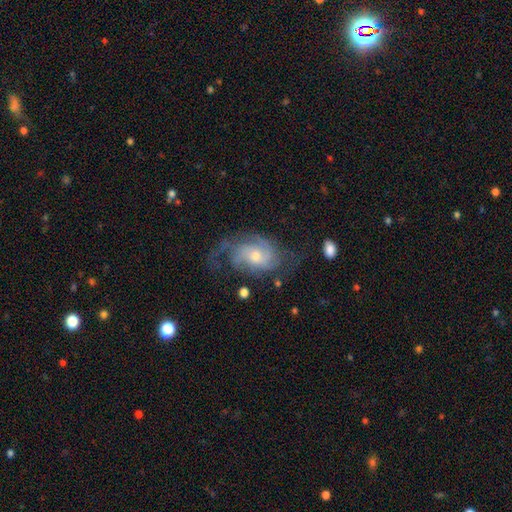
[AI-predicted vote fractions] Smooth or featured?
  - featured or disk: 79% *
  - smooth: 14%
  - star or artifact: 6%
Edge-on disk?
  - no: 97% *
  - yes: 3%
Bar?
  - no: 68% *
  - weak: 28%
  - strong: 4%
Spiral arms?
  - yes: 92% *
  - no: 8%
Spiral winding?
  - medium: 43% *
  - tight: 34%
  - loose: 23%
Spiral arm count?
  - 2: 30% *
  - can't tell: 28%
  - 3: 23%
  - 1: 8%
  - 4: 7%
  - more than 4: 4%
Bulge size?
  - moderate: 48% *
  - small: 46%
  - large: 3%
  - none: 2%
  - dominant: 1%
Merging?
  - none: 48% *
  - major disturbance: 28%
  - minor disturbance: 22%
  - merger: 2%